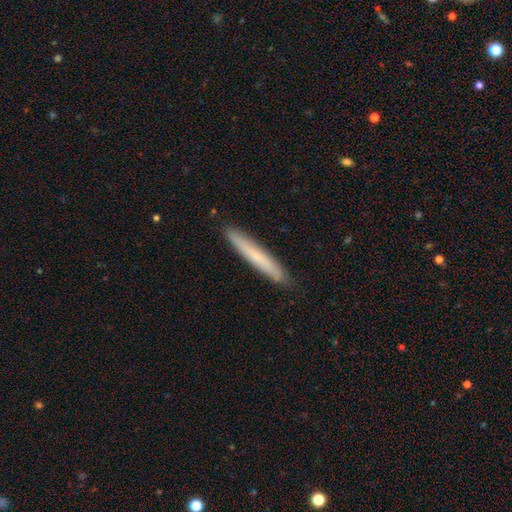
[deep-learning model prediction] smooth_or_featured: smooth (p=0.66) [alt: featured or disk p=0.28]
how_rounded: cigar-shaped (p=0.96) [alt: in between p=0.03]
merging: none (p=0.90) [alt: minor disturbance p=0.08]